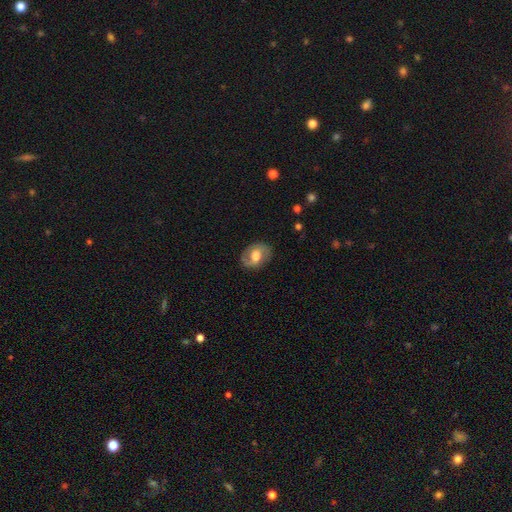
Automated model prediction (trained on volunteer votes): Smooth or featured?
  - featured or disk: 57% *
  - smooth: 36%
  - star or artifact: 7%
Edge-on disk?
  - no: 96% *
  - yes: 4%
Bar?
  - no: 46% *
  - weak: 41%
  - strong: 13%
Spiral arms?
  - yes: 76% *
  - no: 24%
Bulge size?
  - moderate: 54% *
  - large: 34%
  - small: 8%
  - dominant: 2%
  - none: 2%
Merging?
  - none: 78% *
  - minor disturbance: 15%
  - major disturbance: 5%
  - merger: 1%